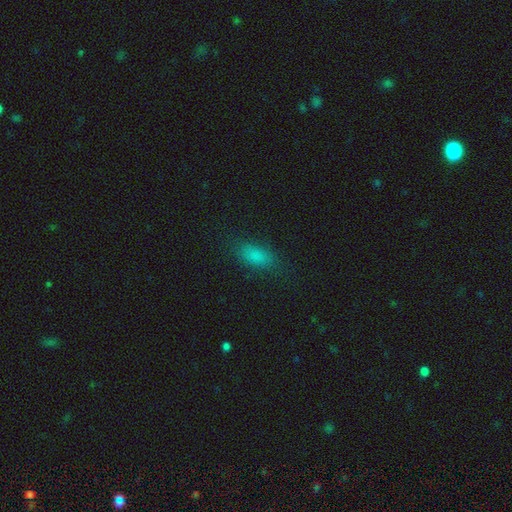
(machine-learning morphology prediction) This is clearly a smooth galaxy (81%). How rounded: clearly in between (83%). Merging: clearly none (81%).